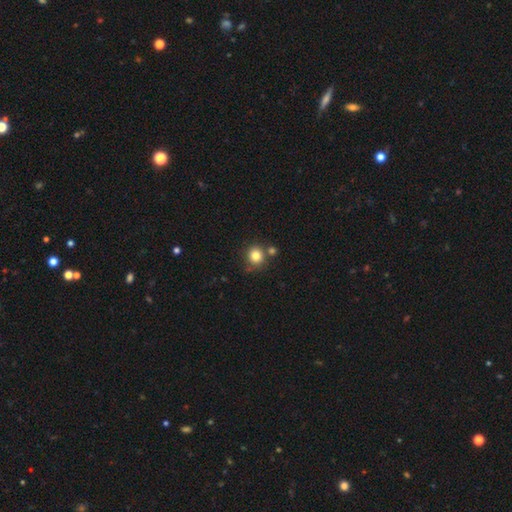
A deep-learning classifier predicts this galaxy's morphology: Smooth or featured? Predicted: smooth (p=0.82). How rounded? Predicted: round (p=0.89). Merging? Predicted: none (p=0.68).